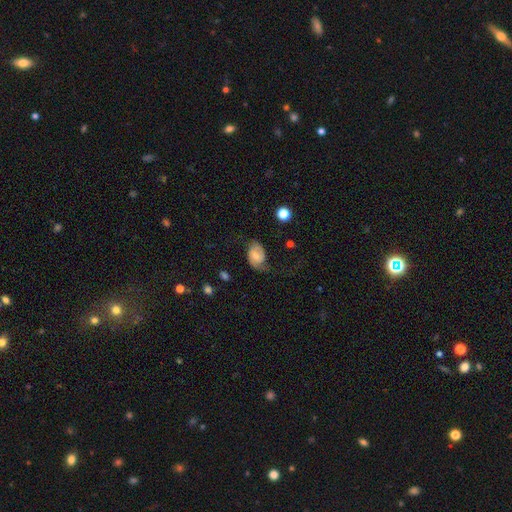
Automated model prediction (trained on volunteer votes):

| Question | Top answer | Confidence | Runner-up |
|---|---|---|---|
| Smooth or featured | featured or disk | 58% | smooth (34%) |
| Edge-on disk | no | 96% | yes (4%) |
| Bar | no | 59% | weak (32%) |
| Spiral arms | yes | 82% | no (18%) |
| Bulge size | moderate | 61% | small (31%) |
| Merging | none | 47% | minor disturbance (26%) |